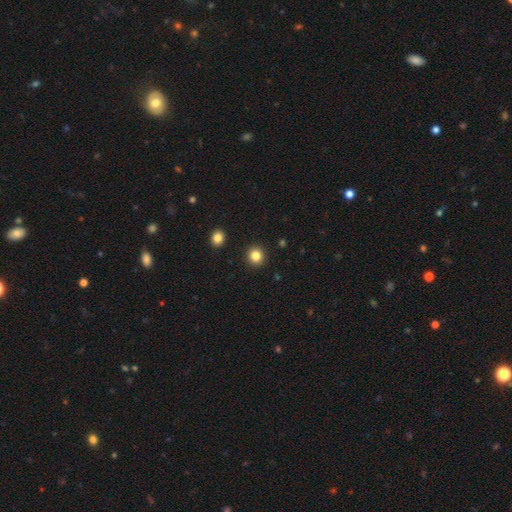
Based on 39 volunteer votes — smooth 92%, star or artifact 8%, featured or disk 0%. Down the decision tree: how rounded — round (97%); merging — none (97%).